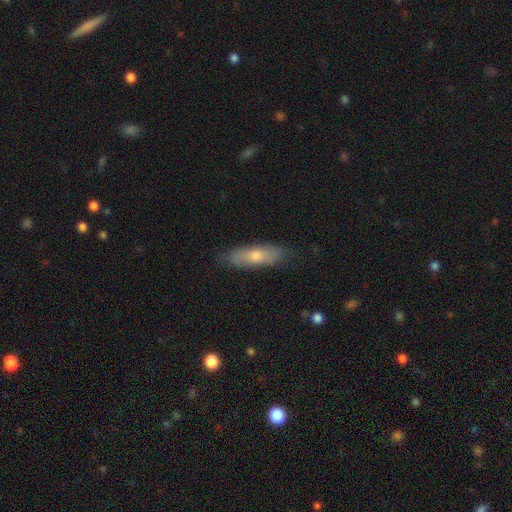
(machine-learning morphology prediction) This is likely a smooth galaxy (63%). How rounded: possibly cigar-shaped (54%). Merging: clearly none (82%).